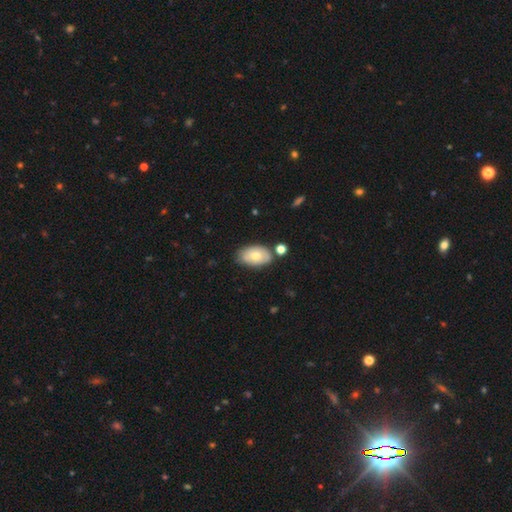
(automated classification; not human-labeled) Overall: smooth (67%). How rounded: in between (92%). Merging: none (66%).